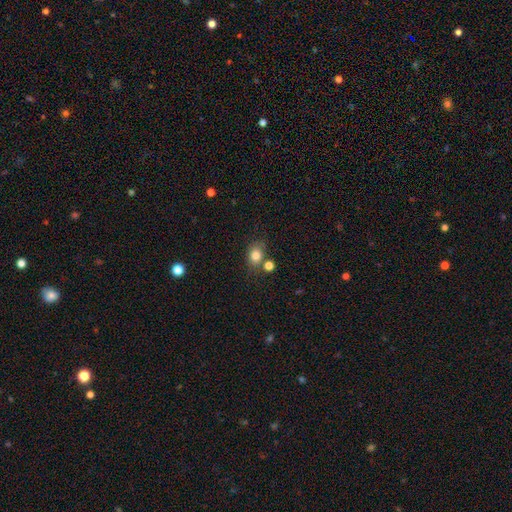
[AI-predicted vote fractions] Smooth or featured? Predicted: smooth (p=0.81). How rounded? Predicted: round (p=0.51). Merging? Predicted: none (p=0.65).